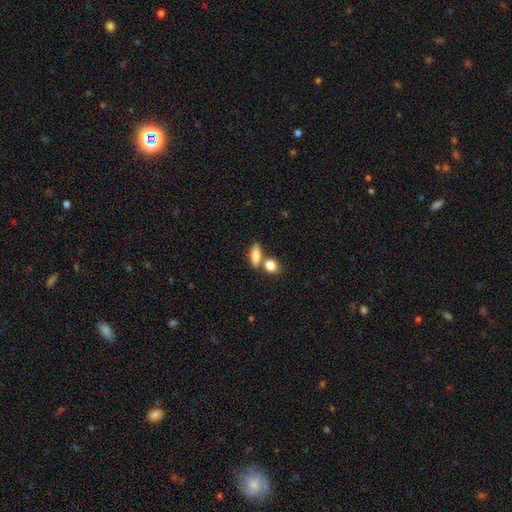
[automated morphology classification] The model was most divided on "merging": none: 54%, merger: 31%, minor disturbance: 11%, major disturbance: 4%. More confident: smooth or featured — smooth (78%); how rounded — in between (65%).